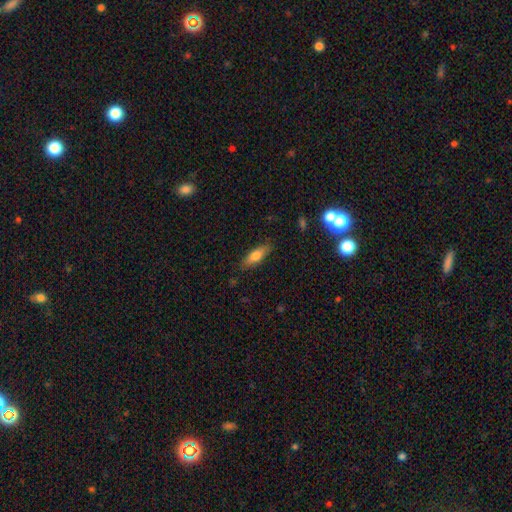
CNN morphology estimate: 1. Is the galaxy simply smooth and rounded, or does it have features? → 68% smooth, 25% featured or disk, 7% star or artifact.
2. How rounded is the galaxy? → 50% in between, 48% cigar-shaped, 2% round.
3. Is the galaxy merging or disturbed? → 85% none, 12% minor disturbance, 2% major disturbance, 1% merger.